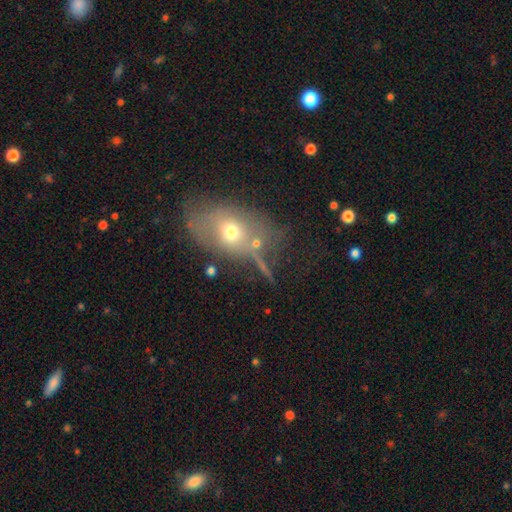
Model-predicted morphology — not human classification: Q: Smooth or featured?
A: smooth (49%); runner-up: featured or disk (34%)
Q: Merging?
A: none (51%); runner-up: minor disturbance (22%)